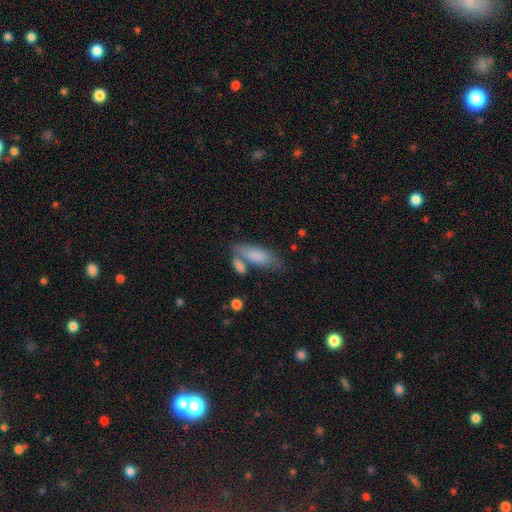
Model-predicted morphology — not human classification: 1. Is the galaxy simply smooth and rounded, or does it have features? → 82% smooth, 12% featured or disk, 6% star or artifact.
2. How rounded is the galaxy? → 73% in between, 24% cigar-shaped, 3% round.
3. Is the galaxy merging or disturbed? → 49% none, 27% merger, 17% minor disturbance, 6% major disturbance.